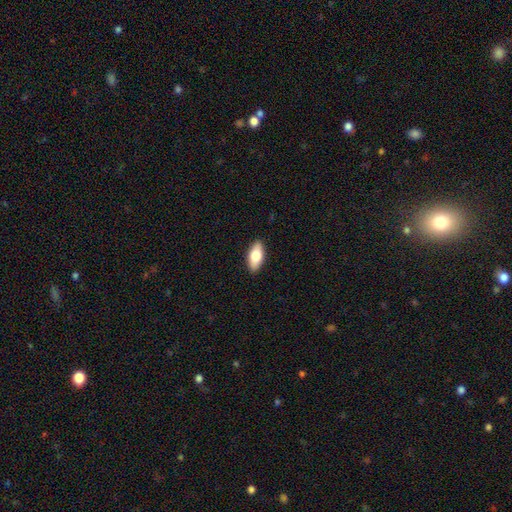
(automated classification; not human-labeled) A smooth galaxy with no disk features (76%) that is in between round and cigar-shaped (87%). Merging: none (89%).